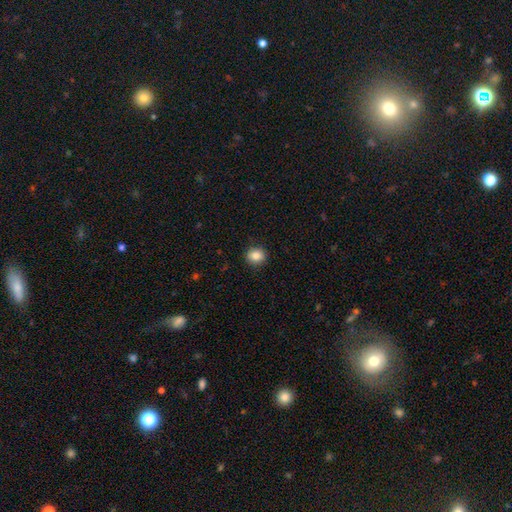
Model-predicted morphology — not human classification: Smooth or featured? smooth (86%)
How rounded? round (75%)
Merging? none (89%)